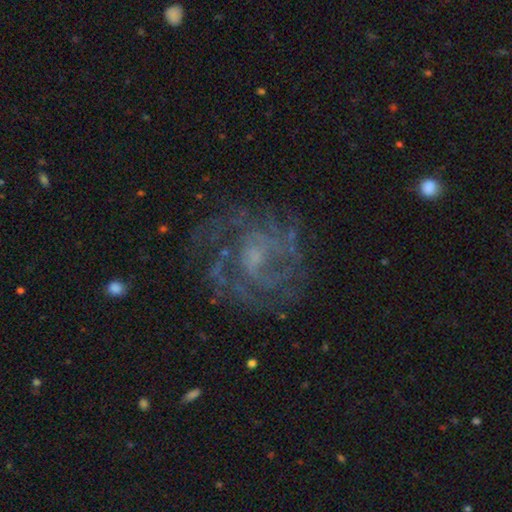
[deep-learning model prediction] featured or disk 83%, star or artifact 9%, smooth 8%. Down the decision tree: edge-on disk — no (98%); bar — no (59%); spiral arms — yes (90%); spiral arm count — can't tell (34%); spiral winding — tight (49%); bulge size — small (48%); merging — none (70%).